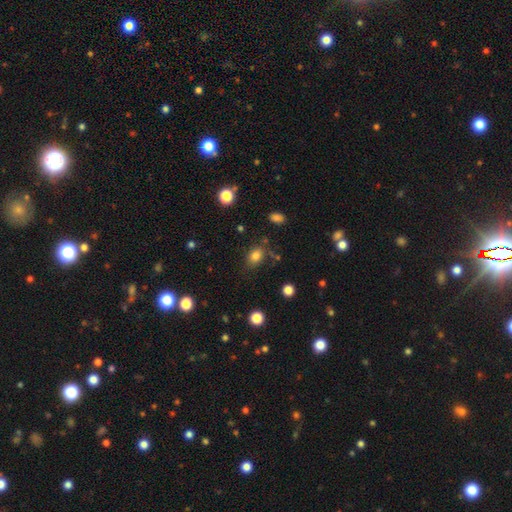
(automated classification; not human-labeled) smooth_or_featured: smooth (p=0.81) [alt: star or artifact p=0.12]
how_rounded: in between (p=0.68) [alt: round p=0.31]
merging: none (p=0.74) [alt: minor disturbance p=0.15]